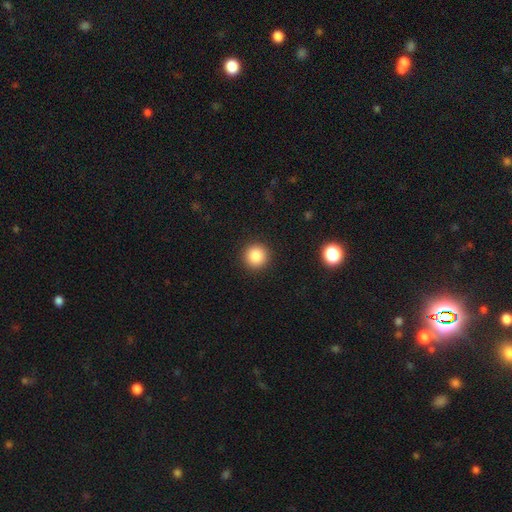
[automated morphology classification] The model was most divided on "smooth or featured": smooth: 84%, star or artifact: 10%, featured or disk: 5%. More confident: how rounded — round (95%); merging — none (92%).